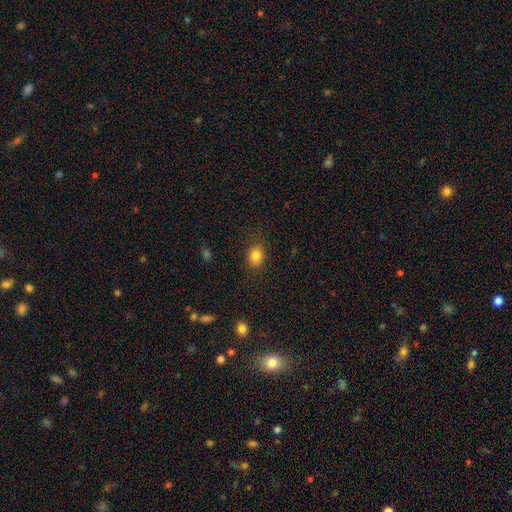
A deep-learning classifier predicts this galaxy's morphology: smooth_or_featured: smooth (p=0.83) [alt: star or artifact p=0.11]
how_rounded: in between (p=0.55) [alt: round p=0.44]
merging: none (p=0.82) [alt: minor disturbance p=0.12]